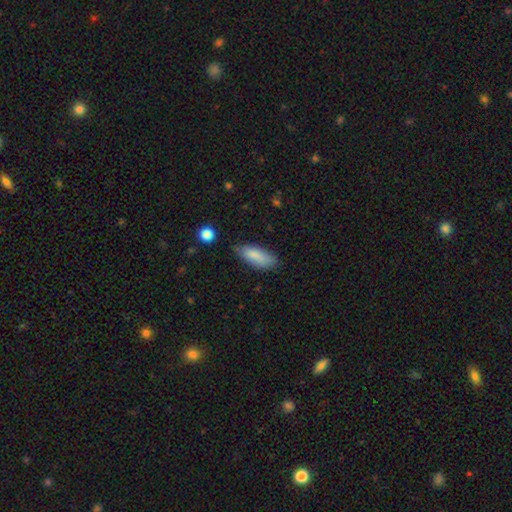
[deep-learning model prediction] The model was most divided on "how rounded": in between: 72%, cigar-shaped: 26%, round: 2%. More confident: smooth or featured — smooth (85%); merging — none (75%).